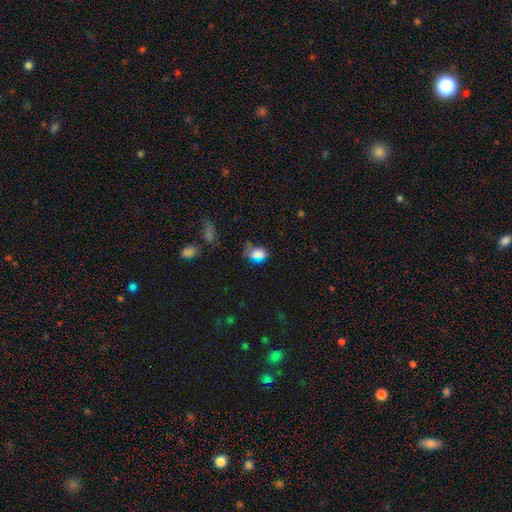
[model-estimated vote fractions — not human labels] Smooth or featured? Predicted: smooth (p=0.66). How rounded? Predicted: in between (p=0.65). Merging? Predicted: none (p=0.58).